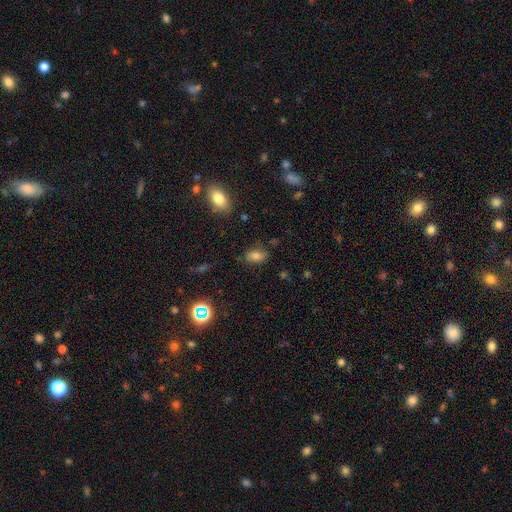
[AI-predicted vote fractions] Smooth or featured? smooth (75%)
How rounded? in between (87%)
Merging? none (76%)